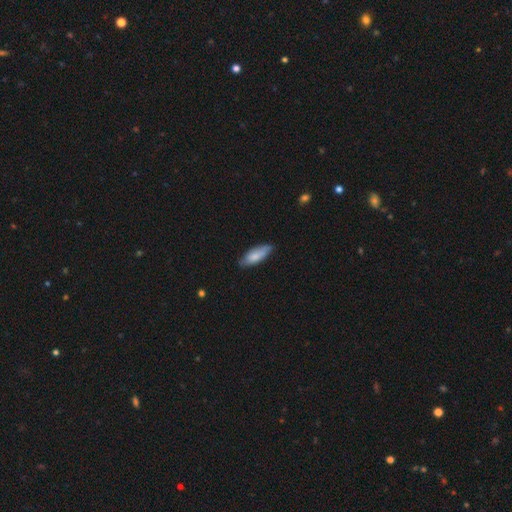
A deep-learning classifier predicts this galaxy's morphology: Smooth or featured? smooth (79%)
How rounded? in between (61%)
Merging? none (75%)